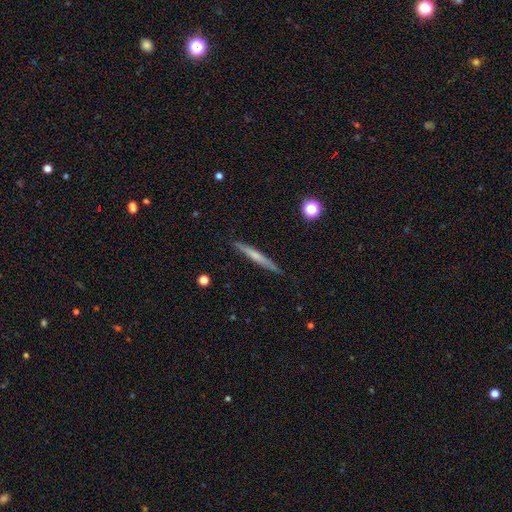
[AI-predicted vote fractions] Smooth or featured?
  - smooth: 50% *
  - featured or disk: 44%
  - star or artifact: 6%
Merging?
  - none: 90% *
  - minor disturbance: 8%
  - major disturbance: 1%
  - merger: 1%